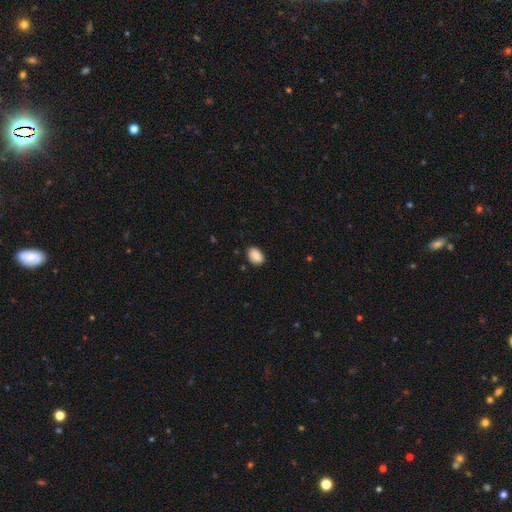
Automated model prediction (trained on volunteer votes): Morphology: type=smooth (88%); roundness=in between (86%); merging=none (84%).